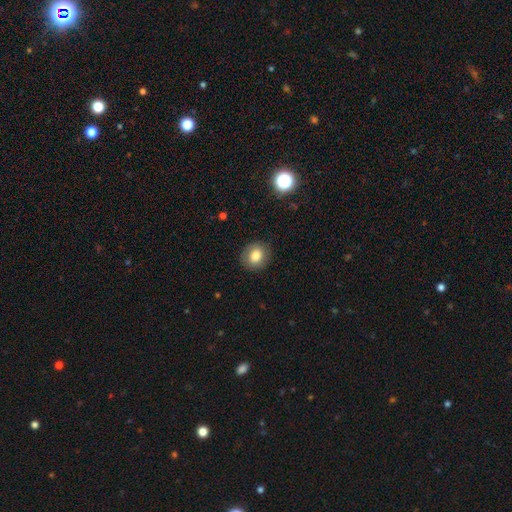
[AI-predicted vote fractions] A smooth galaxy with no disk features (79%) that is round (75%). Merging: none (86%).